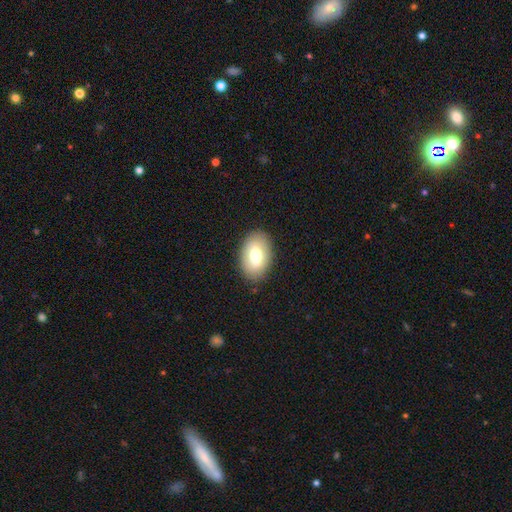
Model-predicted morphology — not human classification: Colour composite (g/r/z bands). It shows a smooth galaxy with no disk features (71%) that is in between round and cigar-shaped (90%). Merging: none (86%).